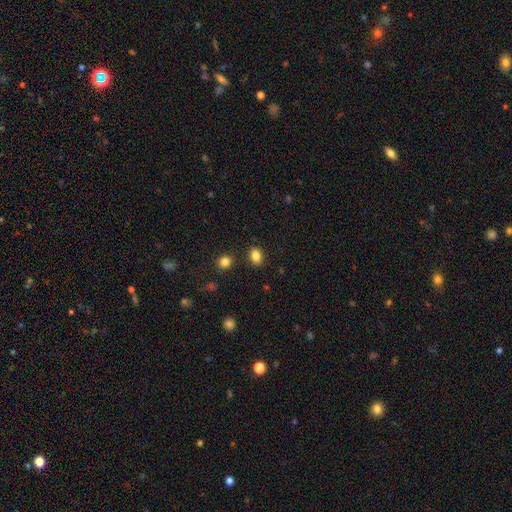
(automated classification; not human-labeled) This is clearly a smooth galaxy (85%). How rounded: likely in between (64%). Merging: clearly none (85%).